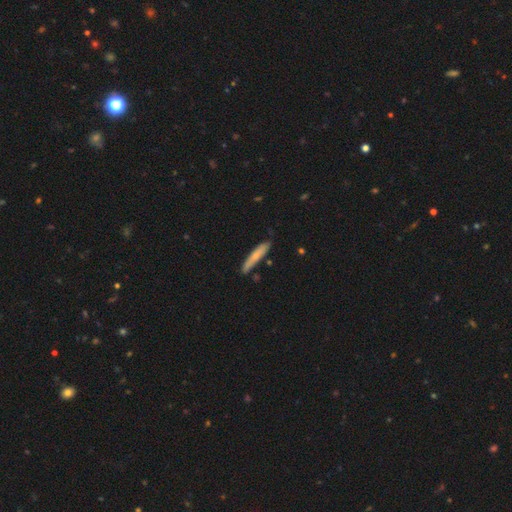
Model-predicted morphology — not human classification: Smooth or featured: smooth — 71% (featured or disk — 24%)
How rounded: cigar-shaped — 92% (in between — 7%)
Merging: none — 78% (minor disturbance — 16%)